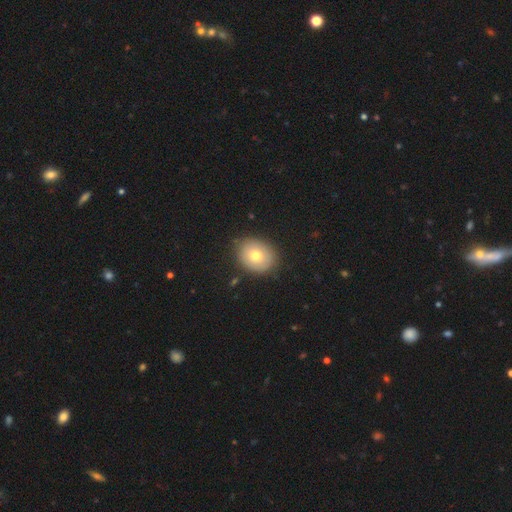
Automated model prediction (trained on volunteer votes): This appears to be a smooth galaxy with no disk features (73%) that is round (58%). Merging: none (86%).